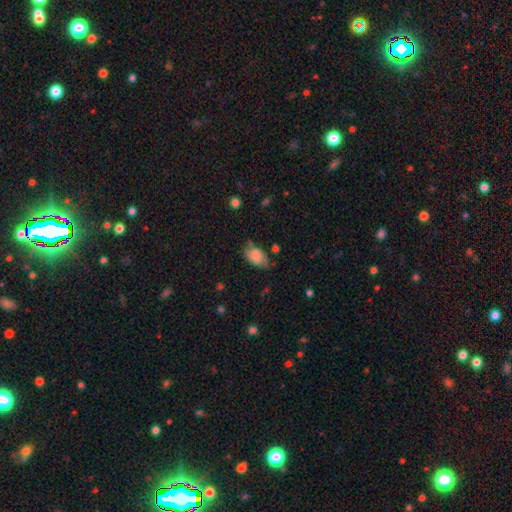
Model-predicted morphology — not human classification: Smooth or featured?
  - smooth: 70% *
  - featured or disk: 22%
  - star or artifact: 8%
How rounded?
  - in between: 88% *
  - round: 11%
  - cigar-shaped: 2%
Merging?
  - none: 55% *
  - minor disturbance: 32%
  - major disturbance: 10%
  - merger: 3%